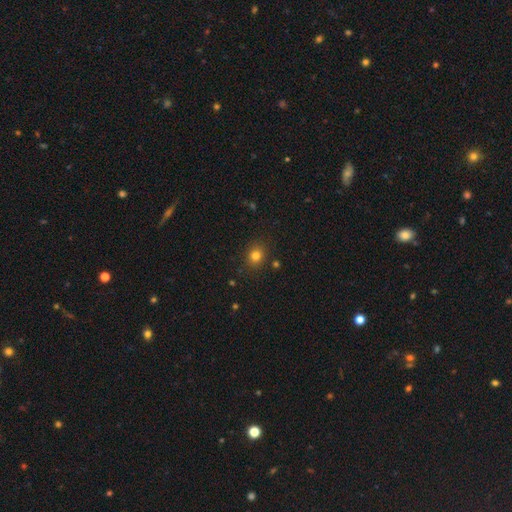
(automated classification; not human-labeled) Overall: smooth (79%). How rounded: round (73%). Merging: none (87%).